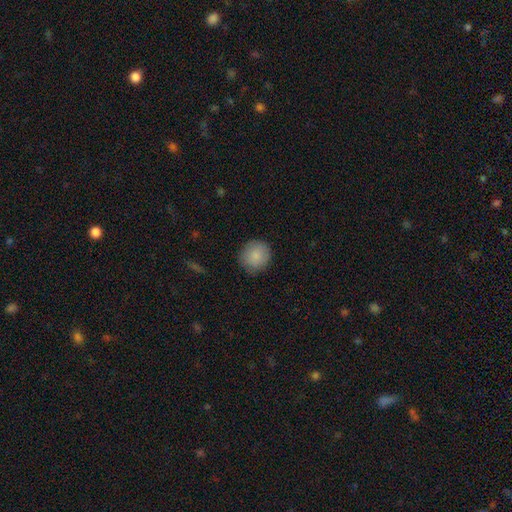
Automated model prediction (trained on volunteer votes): The model was most divided on "merging": none: 87%, minor disturbance: 10%, major disturbance: 2%, merger: 1%. More confident: how rounded — round (90%); smooth or featured — smooth (88%).